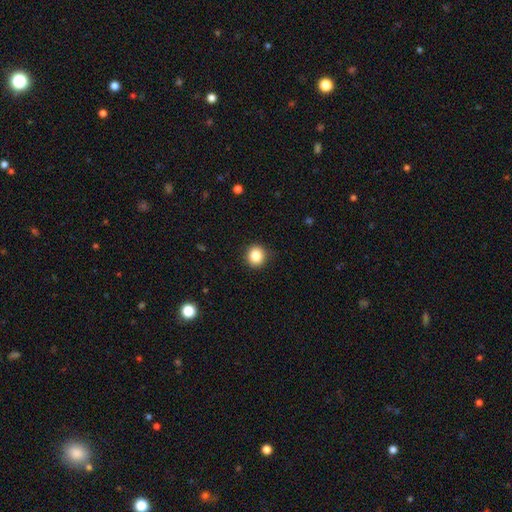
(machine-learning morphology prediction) Smooth or featured? smooth (84%)
How rounded? round (92%)
Merging? none (91%)